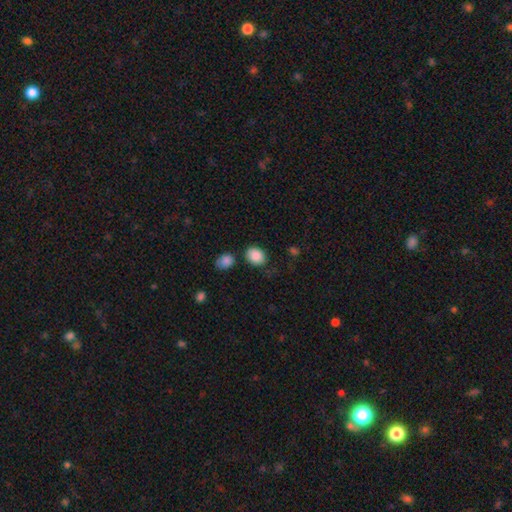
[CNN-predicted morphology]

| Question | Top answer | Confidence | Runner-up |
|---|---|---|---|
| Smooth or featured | smooth | 87% | star or artifact (8%) |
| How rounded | in between | 56% | round (43%) |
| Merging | none | 76% | minor disturbance (14%) |